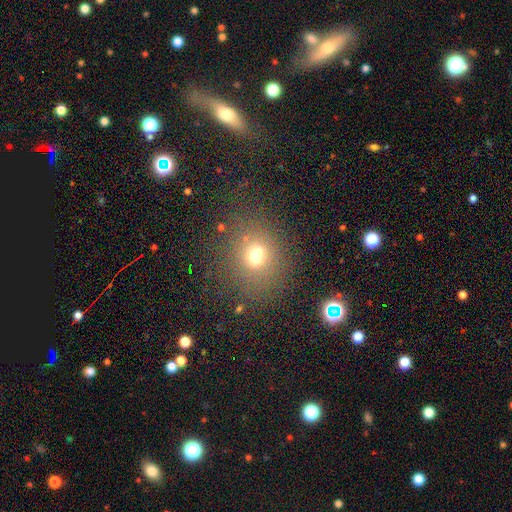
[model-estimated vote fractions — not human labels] A smooth galaxy with no disk features (63%) that is round (70%). Merging: none (56%).